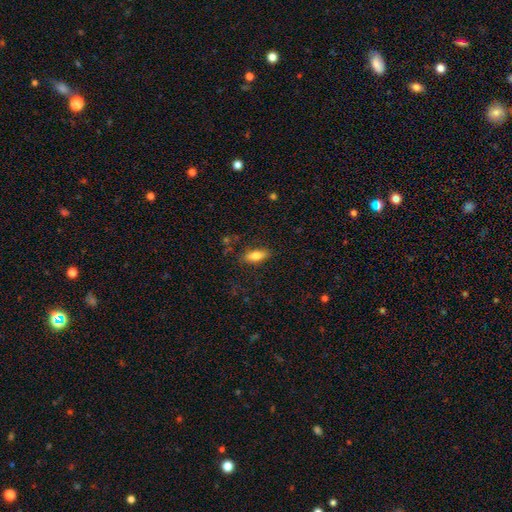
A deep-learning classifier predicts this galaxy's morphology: A smooth galaxy with no disk features (79%) that is in between round and cigar-shaped (78%). Merging: none (82%).